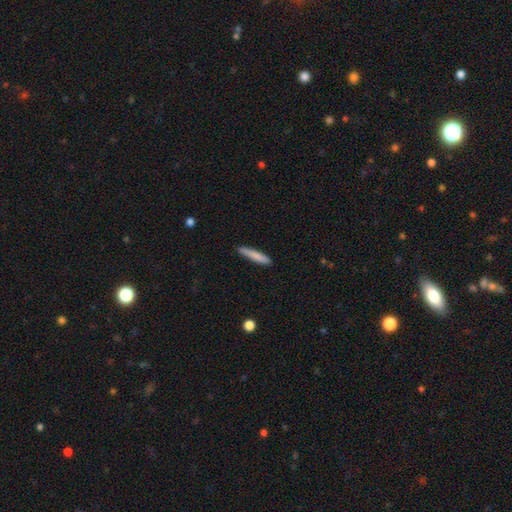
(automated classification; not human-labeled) smooth 82%, featured or disk 13%, star or artifact 6%. Down the decision tree: how rounded — cigar-shaped (92%); merging — none (87%).